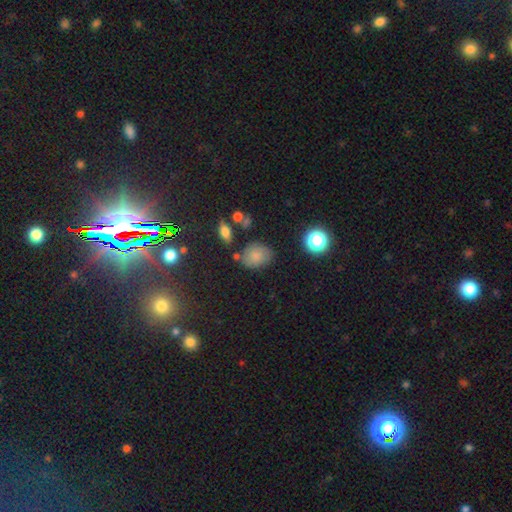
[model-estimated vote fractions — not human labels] Q: Smooth or featured?
A: smooth (76%); runner-up: star or artifact (13%)
Q: How rounded?
A: in between (60%); runner-up: round (39%)
Q: Merging?
A: none (69%); runner-up: minor disturbance (19%)